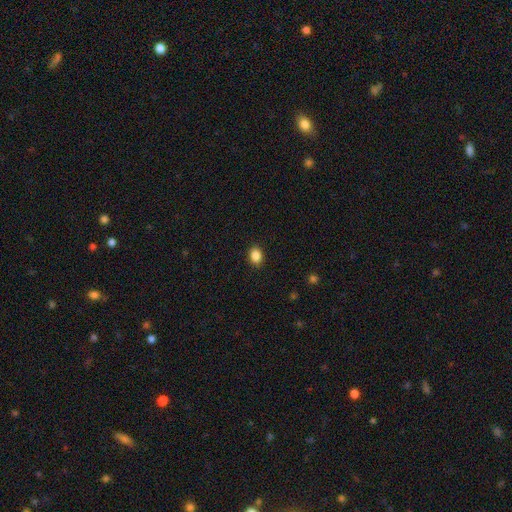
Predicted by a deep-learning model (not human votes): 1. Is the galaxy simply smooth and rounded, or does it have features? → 87% smooth, 9% star or artifact, 4% featured or disk.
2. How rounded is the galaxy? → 65% in between, 34% round, 1% cigar-shaped.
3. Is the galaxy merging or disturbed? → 90% none, 7% minor disturbance, 2% major disturbance, 1% merger.